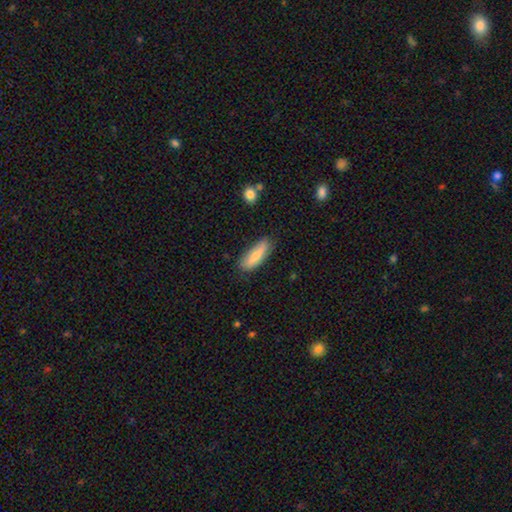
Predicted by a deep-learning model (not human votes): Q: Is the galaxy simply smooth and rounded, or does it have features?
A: smooth — 76%.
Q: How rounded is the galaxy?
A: in between — 54%.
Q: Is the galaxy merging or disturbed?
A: none — 80%.